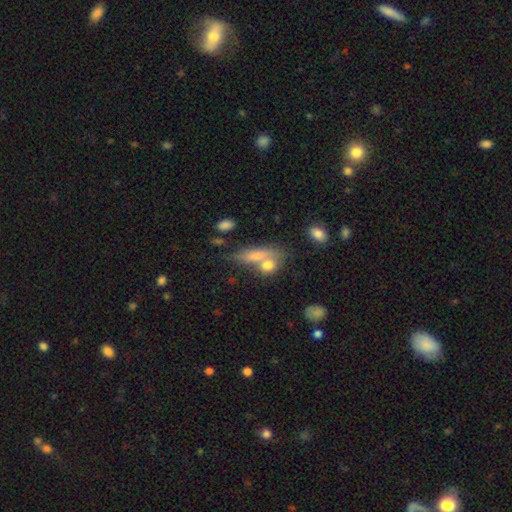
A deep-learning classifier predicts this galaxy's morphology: type=smooth (72%); roundness=in between (55%); merging=merger (45%).